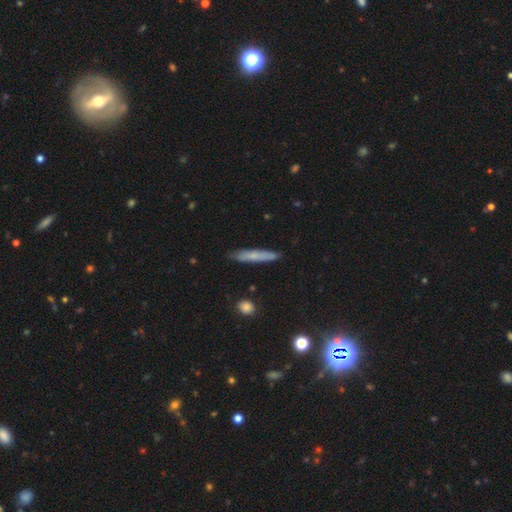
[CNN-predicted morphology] Smooth or featured? Predicted: smooth (p=0.61). How rounded? Predicted: cigar-shaped (p=0.92). Merging? Predicted: none (p=0.86).